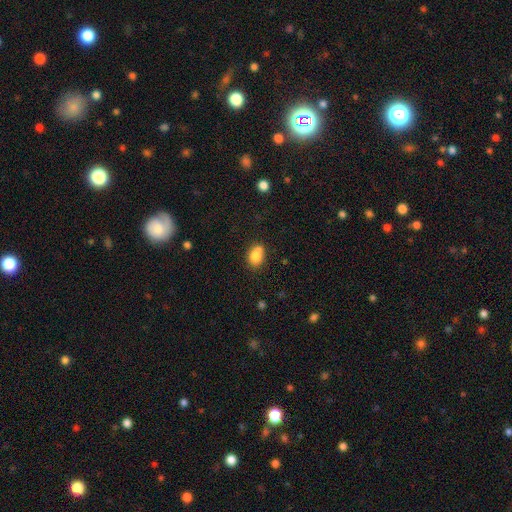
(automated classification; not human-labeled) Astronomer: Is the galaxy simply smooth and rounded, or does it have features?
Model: smooth — 79%.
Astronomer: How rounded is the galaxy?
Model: in between — 58% (runner-up: round, 41%).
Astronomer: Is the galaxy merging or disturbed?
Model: none — 53%.